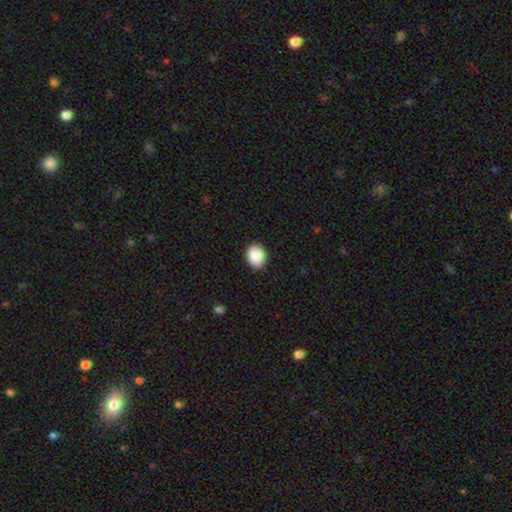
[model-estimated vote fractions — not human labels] smooth-or-featured: smooth: 90% | star or artifact: 7% | featured or disk: 3%
  how-rounded: in between: 61% | round: 39% | cigar-shaped: 1%
  merging: none: 90% | minor disturbance: 7% | major disturbance: 2% | merger: 1%